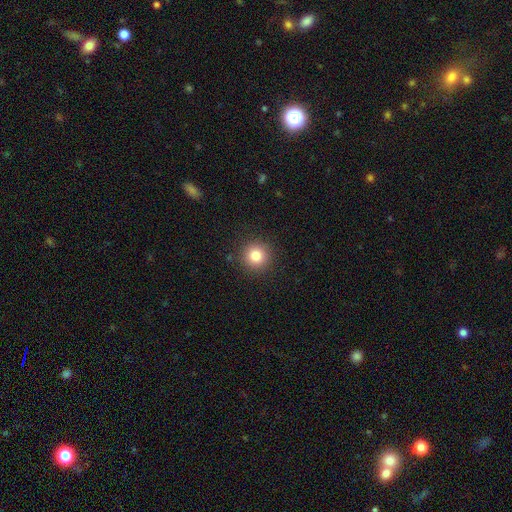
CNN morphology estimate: Smooth or featured? Predicted: smooth (p=0.82). How rounded? Predicted: round (p=0.95). Merging? Predicted: none (p=0.91).